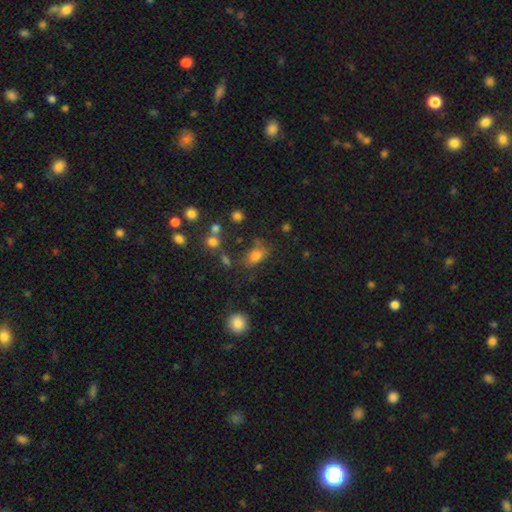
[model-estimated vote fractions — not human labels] Overall: smooth (77%). How rounded: in between (83%). Merging: none (64%).